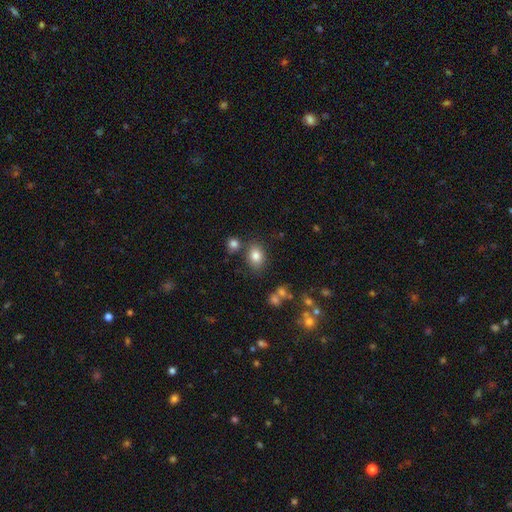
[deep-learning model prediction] The model was most divided on "how rounded": in between: 63%, round: 36%, cigar-shaped: 1%. More confident: smooth or featured — smooth (81%); merging — none (73%).